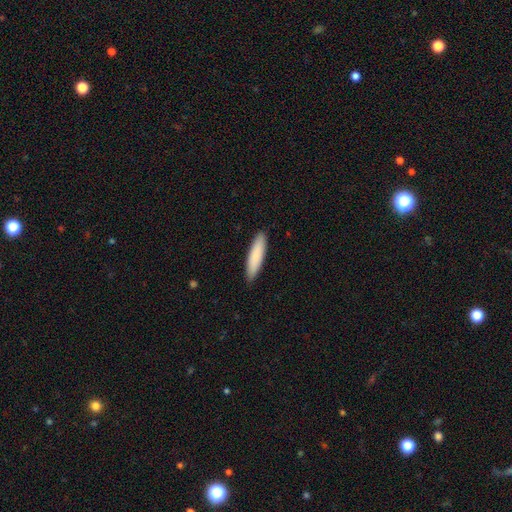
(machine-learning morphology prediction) Smooth or featured? smooth (84%)
How rounded? cigar-shaped (76%)
Merging? none (90%)